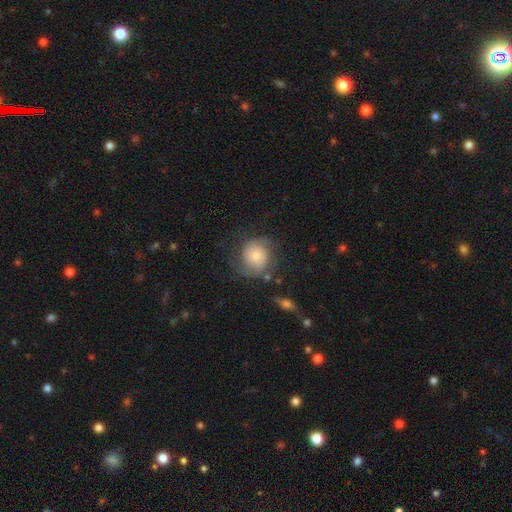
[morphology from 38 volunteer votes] Smooth or featured? 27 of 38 (71%) said smooth. How rounded? 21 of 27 (78%) said round. Merging? 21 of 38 (55%) said none.